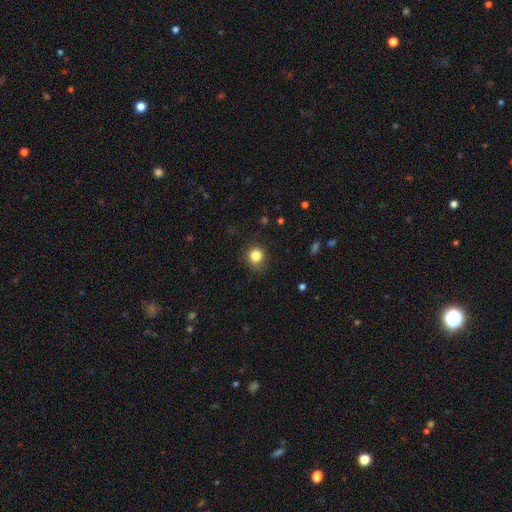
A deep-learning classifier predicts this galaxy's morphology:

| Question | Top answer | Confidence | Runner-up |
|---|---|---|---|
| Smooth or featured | smooth | 84% | star or artifact (11%) |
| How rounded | round | 90% | in between (9%) |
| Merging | none | 87% | minor disturbance (9%) |